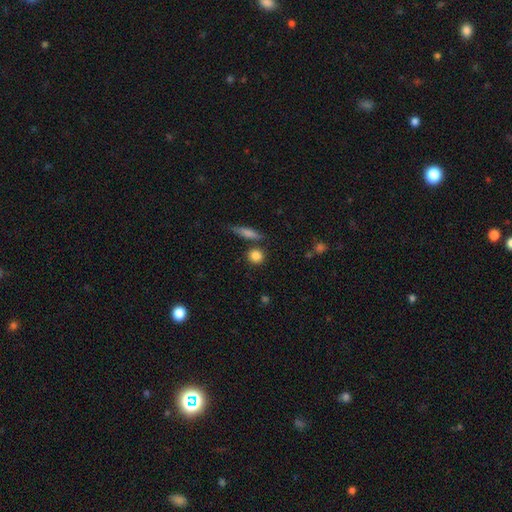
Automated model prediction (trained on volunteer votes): A smooth galaxy with no disk features (85%) that is round (85%).

Vote fractions:
- Smooth or featured? smooth: 85% / star or artifact: 9% / featured or disk: 6%
- How rounded? round: 85% / in between: 12% / cigar-shaped: 4%
- Merging? none: 79% / minor disturbance: 9% / merger: 9% / major disturbance: 3%